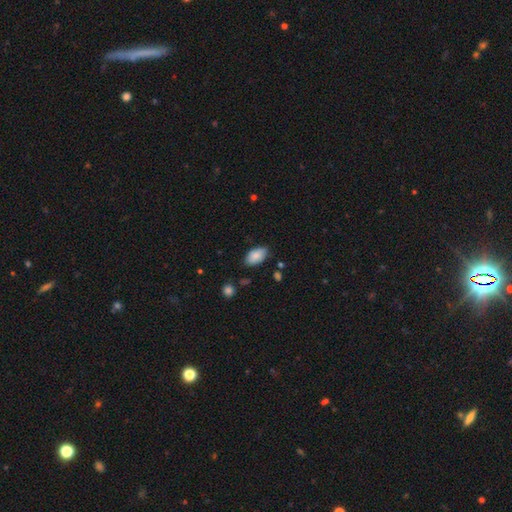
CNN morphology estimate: This appears to be a smooth galaxy with no disk features (86%) that is in between round and cigar-shaped (94%). Merging: none (80%).